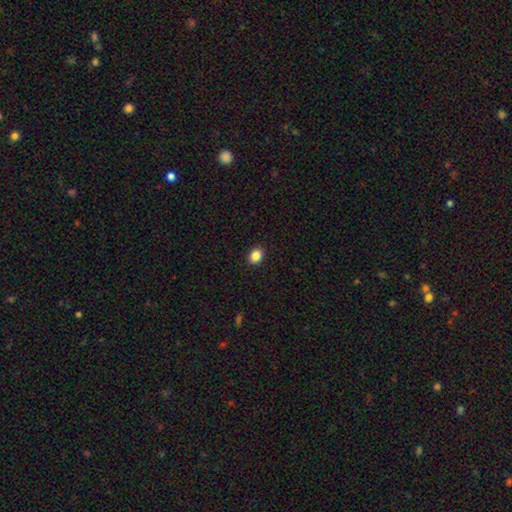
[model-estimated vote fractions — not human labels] Smooth or featured? smooth (86%)
How rounded? in between (52%)
Merging? none (92%)